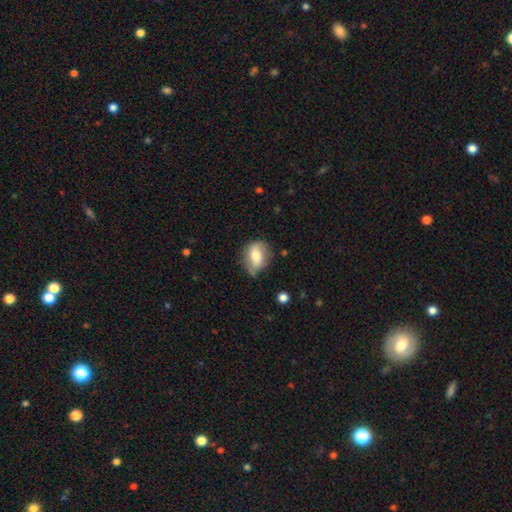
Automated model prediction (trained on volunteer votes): The model was most divided on "how rounded": in between: 59%, round: 38%, cigar-shaped: 2%. More confident: smooth or featured — smooth (64%); merging — none (63%).